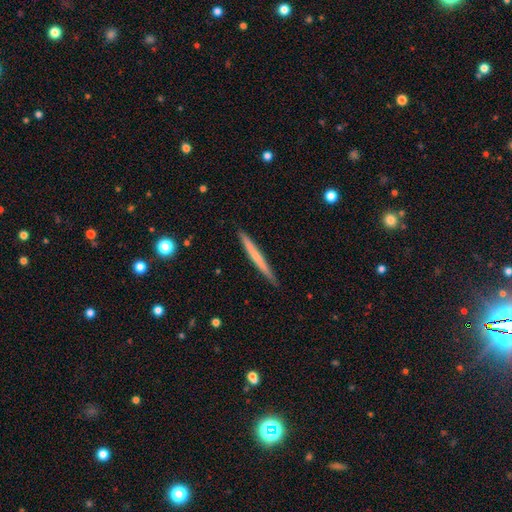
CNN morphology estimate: Overall: smooth (52%; featured or disk 42%). How rounded: cigar-shaped (97%). Merging: none (91%).